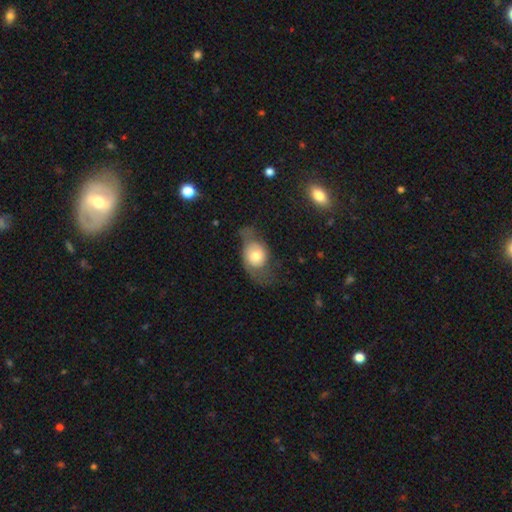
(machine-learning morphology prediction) Overall: smooth (55%; featured or disk 37%). How rounded: round (51%; in between 47%). Merging: none (37%; major disturbance 34%).